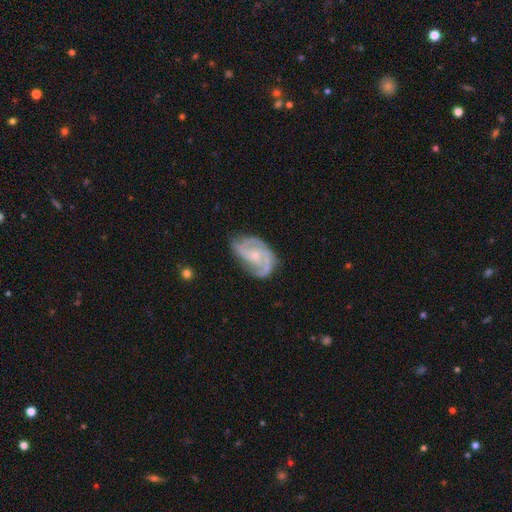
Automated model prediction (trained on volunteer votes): A featured or disk galaxy (87%) with no bar (62%), 2 (40%) medium (50%) spiral arms (96%) and a small central bulge (65%).

Vote fractions:
- Smooth or featured? featured or disk: 87% / smooth: 8% / star or artifact: 5%
- Edge-on disk? no: 98% / yes: 2%
- Bar? no: 62% / weak: 31% / strong: 7%
- Spiral arms? yes: 96% / no: 4%
- Spiral winding? medium: 50% / tight: 35% / loose: 15%
- Spiral arm count? 2: 40% / 3: 38% / can't tell: 10% / 4: 5% / 1: 4% / more than 4: 3%
- Bulge size? small: 65% / moderate: 30% / none: 3% / large: 1% / dominant: 1%
- Merging? none: 61% / minor disturbance: 25% / major disturbance: 11% / merger: 2%